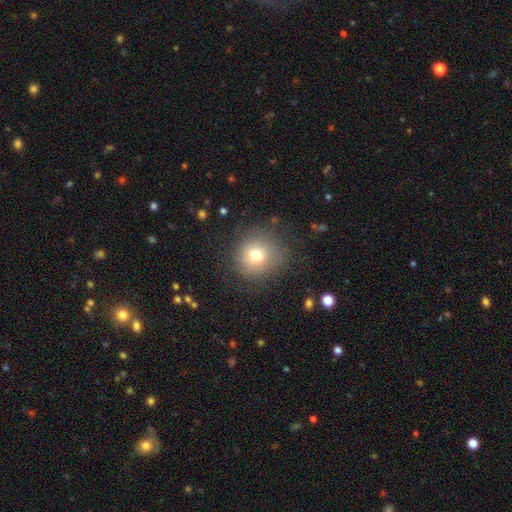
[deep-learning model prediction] Smooth or featured? smooth (73%)
How rounded? round (90%)
Merging? none (80%)